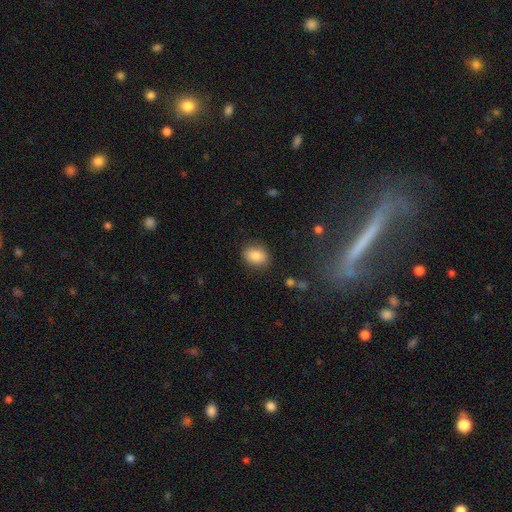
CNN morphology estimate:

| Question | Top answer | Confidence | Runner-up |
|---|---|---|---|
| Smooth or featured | smooth | 84% | star or artifact (8%) |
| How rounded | in between | 63% | round (35%) |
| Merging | none | 86% | minor disturbance (10%) |